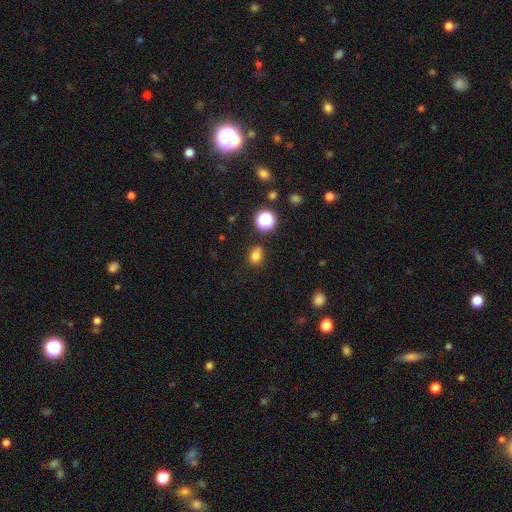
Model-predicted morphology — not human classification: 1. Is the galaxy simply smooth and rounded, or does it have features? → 76% smooth, 17% star or artifact, 6% featured or disk.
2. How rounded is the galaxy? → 57% round, 42% in between, 1% cigar-shaped.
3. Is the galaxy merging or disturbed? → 69% none, 16% minor disturbance, 10% merger, 4% major disturbance.